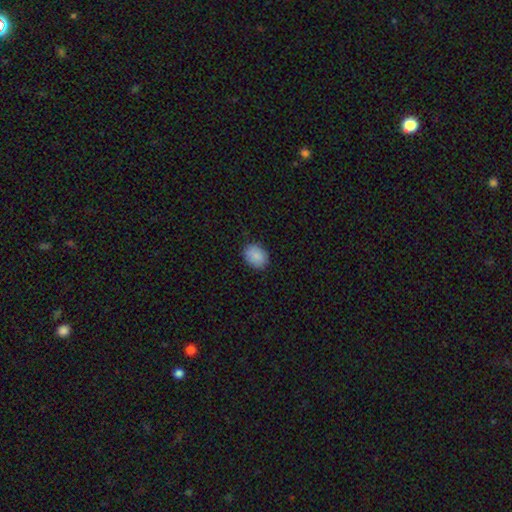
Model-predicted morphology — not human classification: Smooth or featured? Predicted: smooth (p=0.88). How rounded? Predicted: in between (p=0.55). Merging? Predicted: none (p=0.86).